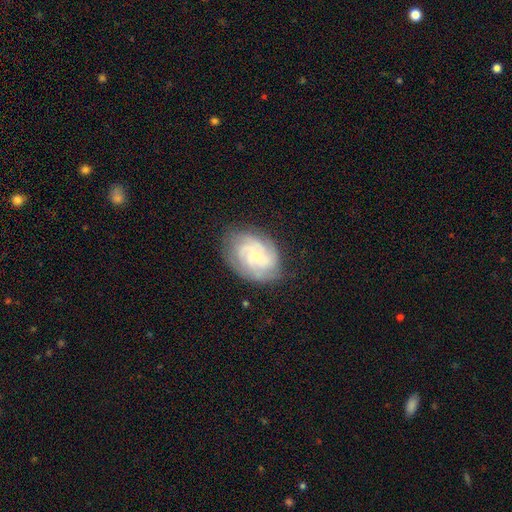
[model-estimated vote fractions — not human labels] Morphology: type=featured or disk (76%); edge-on=no (98%); bar=no (66%); spiral arms=yes (96%); winding=tight (62%); arm count=3 (30%); bulge=small (70%); merging=none (76%).